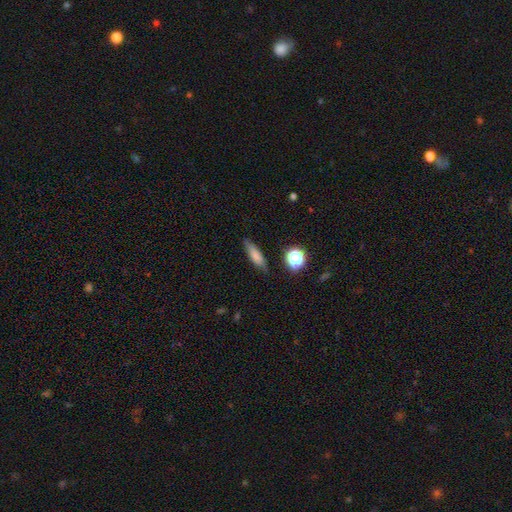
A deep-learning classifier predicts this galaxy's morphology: Q: Smooth or featured?
A: smooth (74%); runner-up: featured or disk (15%)
Q: How rounded?
A: cigar-shaped (58%); runner-up: in between (37%)
Q: Merging?
A: none (78%); runner-up: minor disturbance (16%)